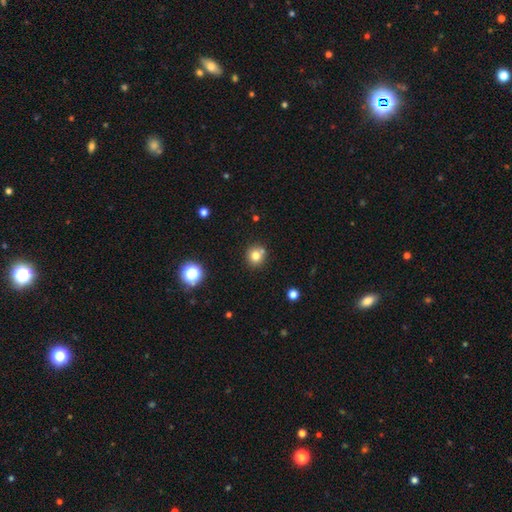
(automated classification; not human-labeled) This is likely a smooth galaxy (77%). How rounded: clearly round (90%). Merging: likely none (73%).